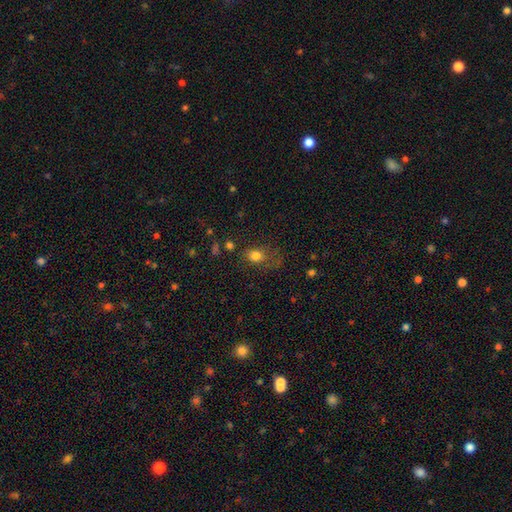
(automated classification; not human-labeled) A smooth galaxy with no disk features (79%) that is in between round and cigar-shaped (53%). Merging: none (55%).